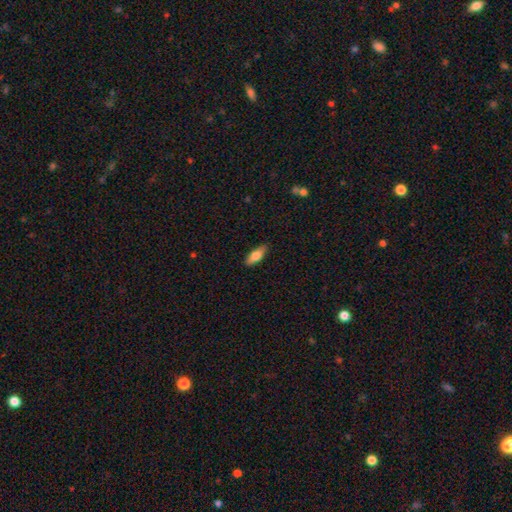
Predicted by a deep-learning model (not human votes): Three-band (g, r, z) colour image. It shows a smooth galaxy with no disk features (73%) that is in between round and cigar-shaped (66%). Merging: none (87%).